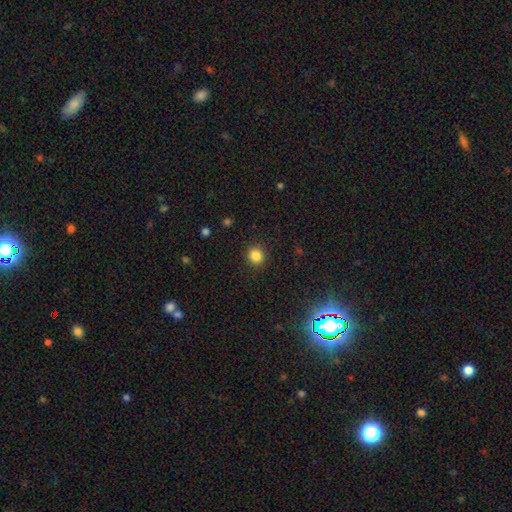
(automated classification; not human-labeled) A smooth galaxy with no disk features (84%) that is round (90%).

Vote fractions:
- Smooth or featured? smooth: 84% / star or artifact: 12% / featured or disk: 4%
- How rounded? round: 90% / in between: 9% / cigar-shaped: 1%
- Merging? none: 91% / minor disturbance: 6% / major disturbance: 2% / merger: 1%